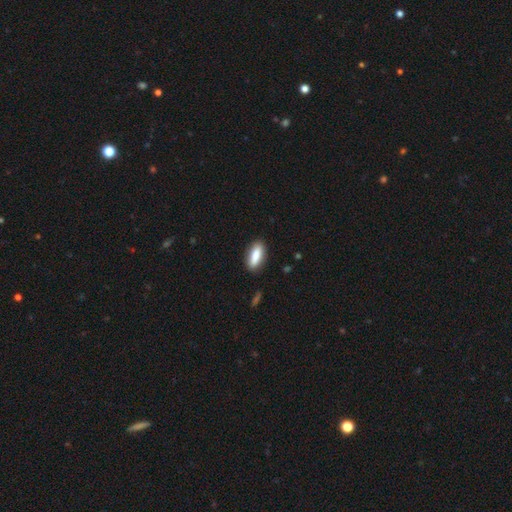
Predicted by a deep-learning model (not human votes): Overall: smooth (83%). How rounded: in between (71%). Merging: none (87%).